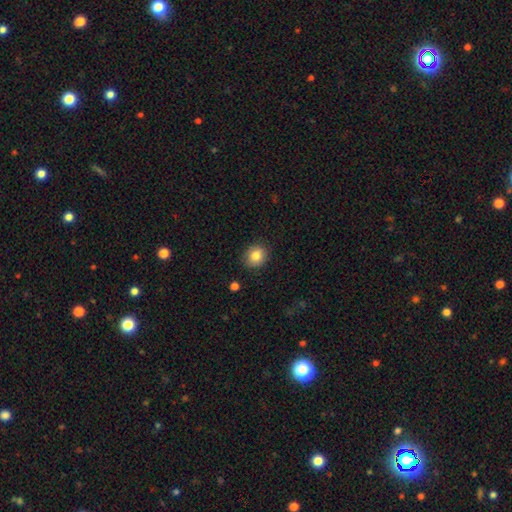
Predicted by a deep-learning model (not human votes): This appears to be a smooth galaxy with no disk features (81%) that is round (71%). Merging: none (87%).